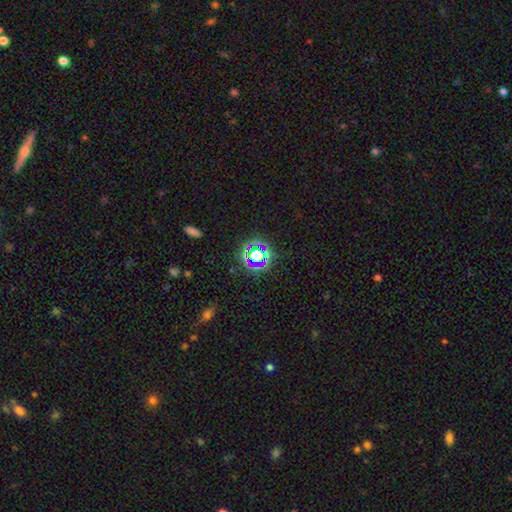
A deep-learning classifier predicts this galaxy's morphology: A star or artifact, not a galaxy (62%).